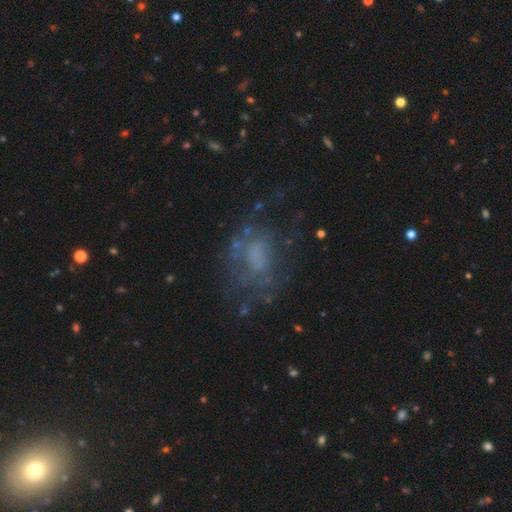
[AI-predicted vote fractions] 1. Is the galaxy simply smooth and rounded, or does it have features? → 55% featured or disk, 28% smooth, 17% star or artifact.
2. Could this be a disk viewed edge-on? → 97% no, 3% yes.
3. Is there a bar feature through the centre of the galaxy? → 76% no, 19% weak, 4% strong.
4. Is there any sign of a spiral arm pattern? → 57% no, 43% yes.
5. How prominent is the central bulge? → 49% none, 21% moderate, 20% small, 9% large, 2% dominant.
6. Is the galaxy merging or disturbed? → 57% none, 21% major disturbance, 19% minor disturbance, 3% merger.